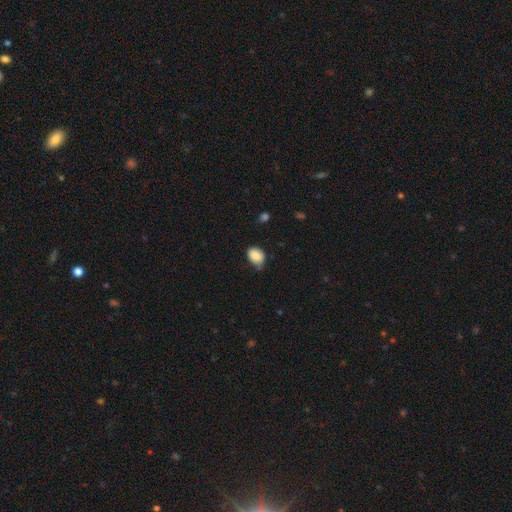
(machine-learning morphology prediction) Overall: smooth (86%). How rounded: in between (70%). Merging: none (58%; minor disturbance 33%).